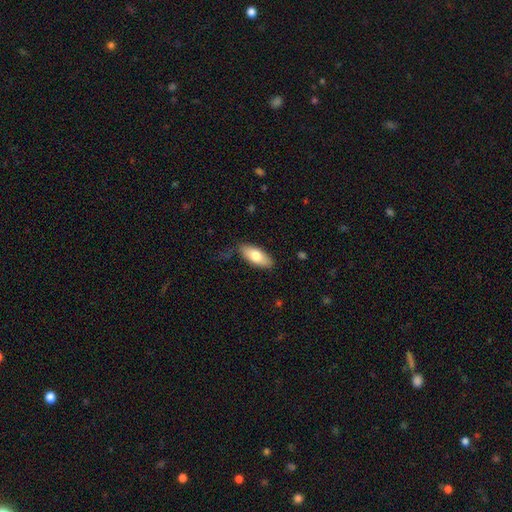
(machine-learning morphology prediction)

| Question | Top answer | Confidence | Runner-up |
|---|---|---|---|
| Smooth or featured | smooth | 74% | featured or disk (20%) |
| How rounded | in between | 83% | cigar-shaped (14%) |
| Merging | none | 77% | minor disturbance (17%) |